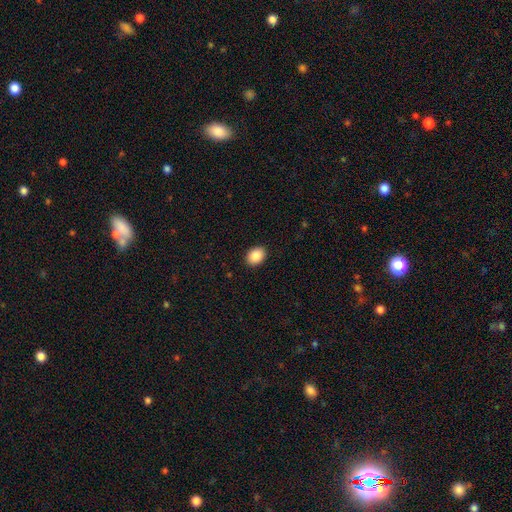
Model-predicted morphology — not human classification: A smooth galaxy with no disk features (89%) that is in between round and cigar-shaped (68%). Merging: none (91%).